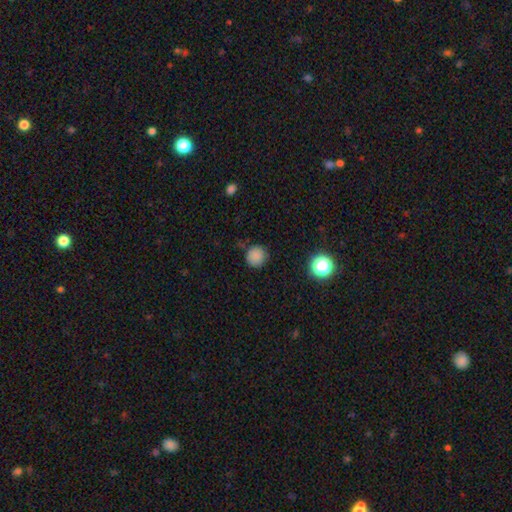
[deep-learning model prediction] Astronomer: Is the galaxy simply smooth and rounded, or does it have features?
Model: smooth — 84%.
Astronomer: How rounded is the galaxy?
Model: round — 93%.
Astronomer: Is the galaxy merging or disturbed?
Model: none — 83%.